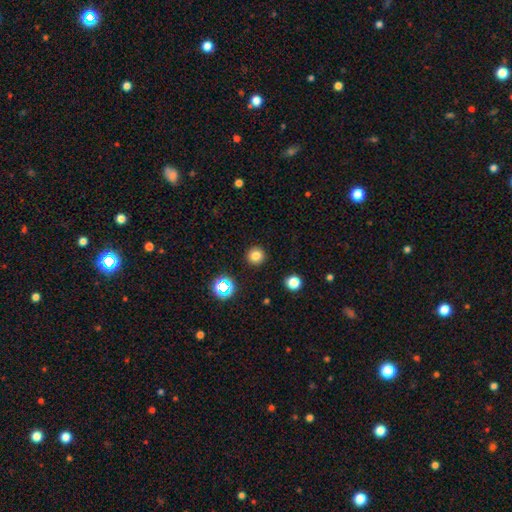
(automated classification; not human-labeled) Q: Smooth or featured?
A: smooth (79%); runner-up: star or artifact (16%)
Q: How rounded?
A: round (95%); runner-up: in between (4%)
Q: Merging?
A: none (92%); runner-up: minor disturbance (5%)